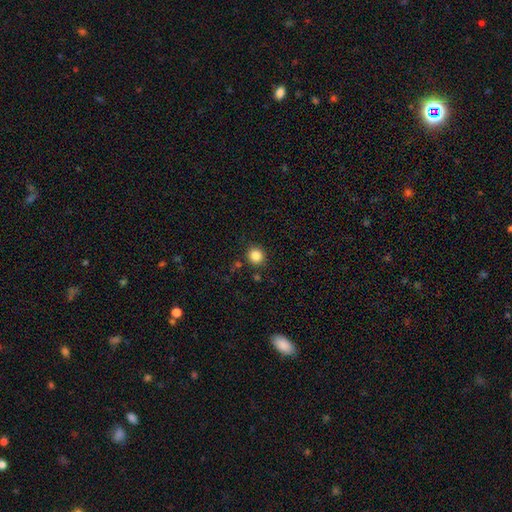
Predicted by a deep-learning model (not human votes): Smooth or featured?
  - smooth: 86% *
  - star or artifact: 11%
  - featured or disk: 4%
How rounded?
  - round: 90% *
  - in between: 9%
  - cigar-shaped: 1%
Merging?
  - none: 87% *
  - minor disturbance: 7%
  - merger: 3%
  - major disturbance: 2%